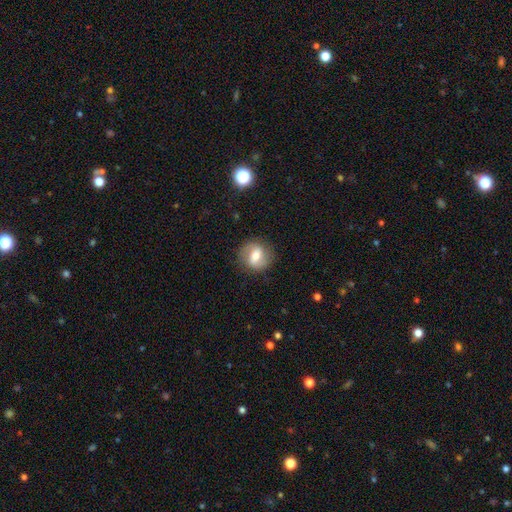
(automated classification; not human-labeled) A featured or disk galaxy (49%).

Vote fractions:
- Smooth or featured? featured or disk: 49% / smooth: 43% / star or artifact: 8%
- Merging? none: 83% / minor disturbance: 11% / major disturbance: 4% / merger: 1%